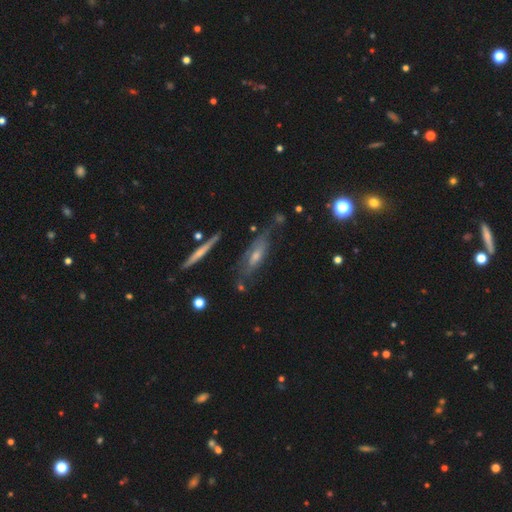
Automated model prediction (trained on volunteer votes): This is possibly a featured or disk galaxy (57%). It is possibly viewed edge-on (56%). Merging: likely none (61%).